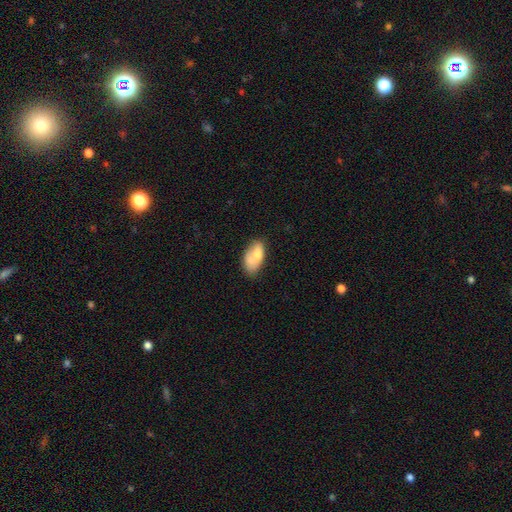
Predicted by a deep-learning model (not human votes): Overall: smooth (69%). How rounded: in between (92%). Merging: none (41%; minor disturbance 27%).